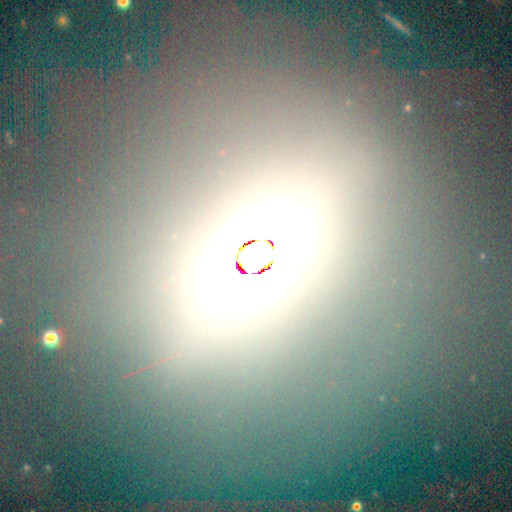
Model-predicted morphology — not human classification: star or artifact 41%, smooth 36%, featured or disk 23%.